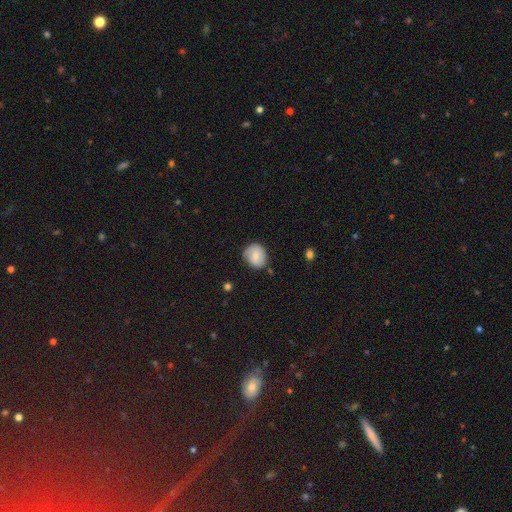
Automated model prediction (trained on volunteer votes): Smooth or featured? Predicted: smooth (p=0.72). How rounded? Predicted: round (p=0.69). Merging? Predicted: none (p=0.70).